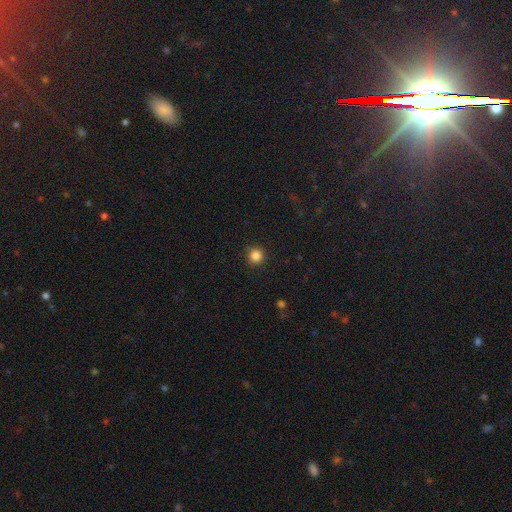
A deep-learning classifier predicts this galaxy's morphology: A smooth galaxy with no disk features (85%) that is round (95%). Merging: none (91%).